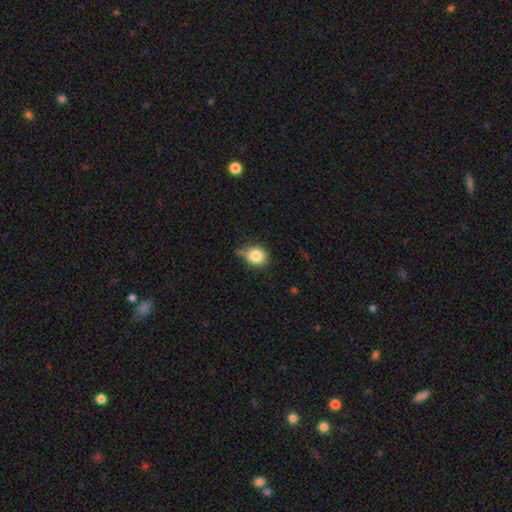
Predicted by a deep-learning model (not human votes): smooth-or-featured: smooth: 82% | star or artifact: 10% | featured or disk: 8%
  how-rounded: round: 78% | in between: 20% | cigar-shaped: 1%
  merging: none: 52% | minor disturbance: 33% | major disturbance: 9% | merger: 7%